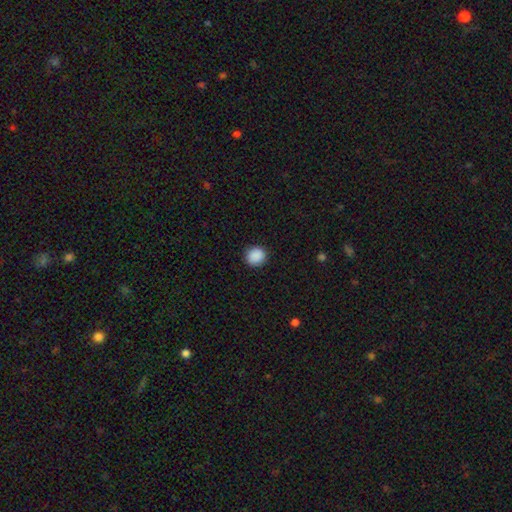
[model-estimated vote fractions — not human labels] Smooth or featured? smooth (90%)
How rounded? round (88%)
Merging? none (92%)